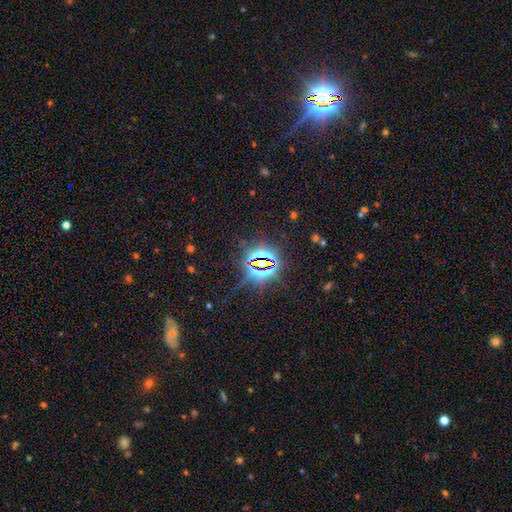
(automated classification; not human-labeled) A star or artifact, not a galaxy (83%).